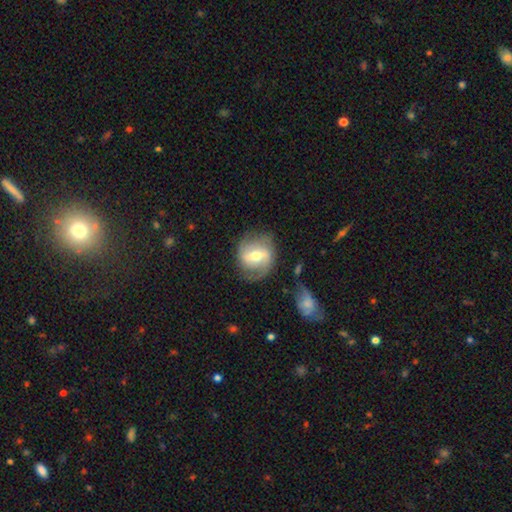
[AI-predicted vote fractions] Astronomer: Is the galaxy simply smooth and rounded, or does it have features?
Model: featured or disk — 71%.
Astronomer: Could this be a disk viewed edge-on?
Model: no — 96%.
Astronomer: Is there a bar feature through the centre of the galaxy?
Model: weak — 43% (runner-up: strong, 40%).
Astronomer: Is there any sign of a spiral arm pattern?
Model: yes — 84%.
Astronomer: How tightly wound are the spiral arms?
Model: medium — 43% (runner-up: loose, 31%).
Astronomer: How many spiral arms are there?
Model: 2 — 77%.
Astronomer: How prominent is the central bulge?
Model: moderate — 70%.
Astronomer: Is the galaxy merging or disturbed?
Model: none — 71%.